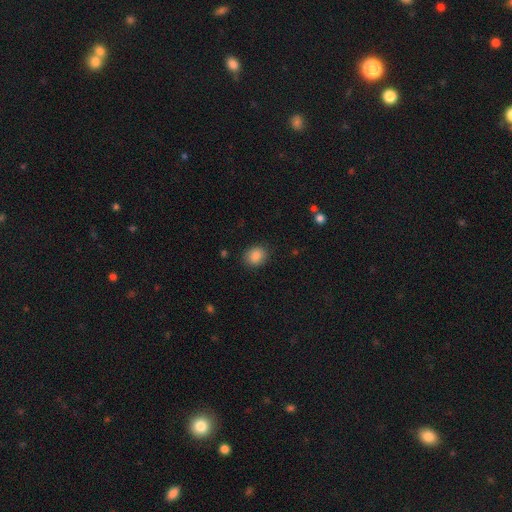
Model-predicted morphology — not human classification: Q: Smooth or featured?
A: smooth (85%); runner-up: star or artifact (9%)
Q: How rounded?
A: round (60%); runner-up: in between (39%)
Q: Merging?
A: none (88%); runner-up: minor disturbance (9%)